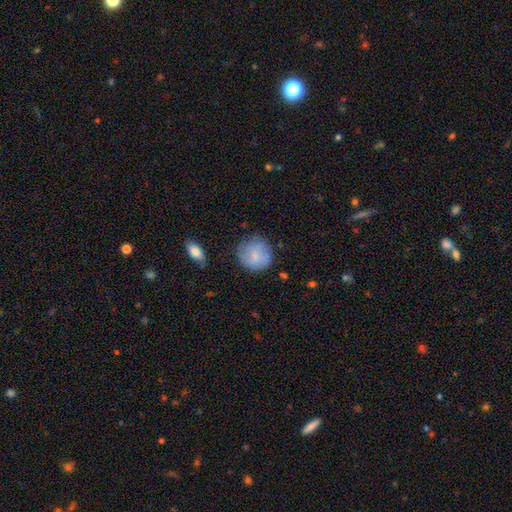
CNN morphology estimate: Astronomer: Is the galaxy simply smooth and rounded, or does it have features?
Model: smooth — 71%.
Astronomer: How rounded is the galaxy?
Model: round — 88%.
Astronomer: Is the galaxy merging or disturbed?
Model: none — 70%.